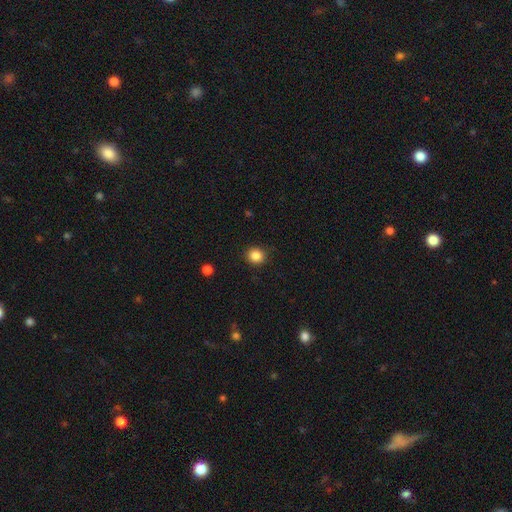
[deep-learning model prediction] Overall: smooth (85%). How rounded: round (87%). Merging: none (90%).